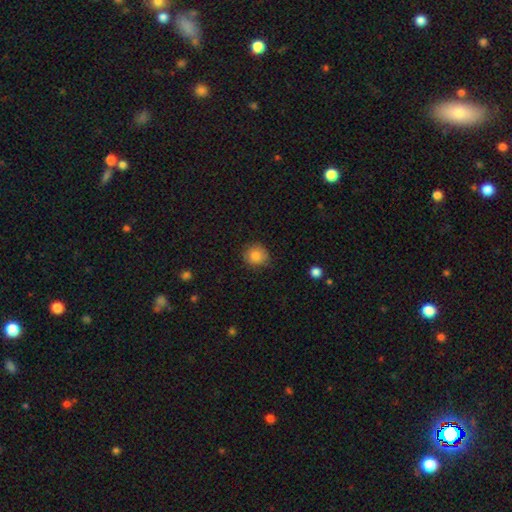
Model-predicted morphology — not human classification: Overall: smooth (85%). How rounded: round (89%). Merging: none (80%).